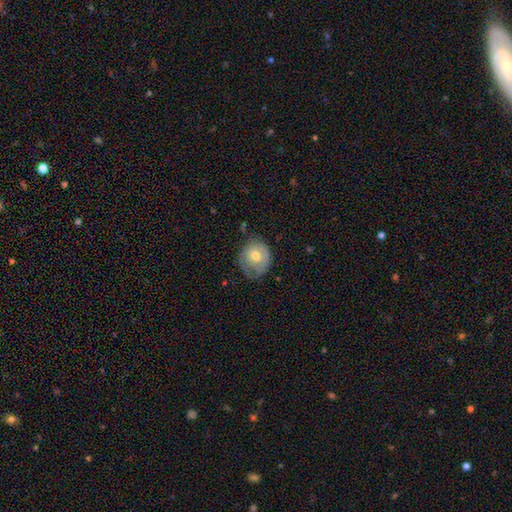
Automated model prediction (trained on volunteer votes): Q: Smooth or featured?
A: smooth (55%); runner-up: featured or disk (38%)
Q: How rounded?
A: round (76%); runner-up: in between (23%)
Q: Merging?
A: none (52%); runner-up: minor disturbance (31%)